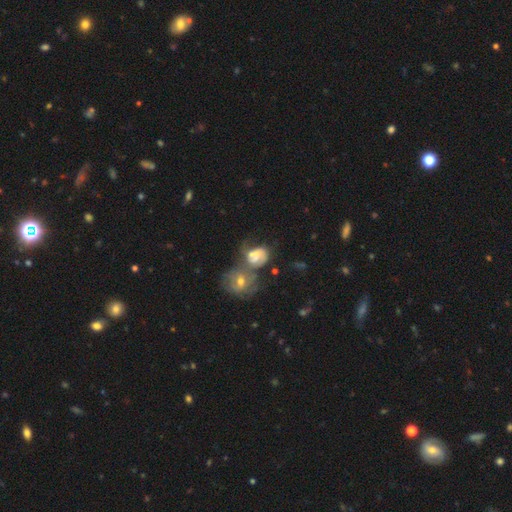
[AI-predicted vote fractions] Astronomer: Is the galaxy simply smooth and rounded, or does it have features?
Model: featured or disk — 52% (runner-up: smooth, 37%).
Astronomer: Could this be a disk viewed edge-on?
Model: no — 97%.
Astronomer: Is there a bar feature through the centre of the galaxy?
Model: no — 58%.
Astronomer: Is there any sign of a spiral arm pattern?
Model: yes — 70%.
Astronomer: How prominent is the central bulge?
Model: moderate — 48% (runner-up: small, 30%).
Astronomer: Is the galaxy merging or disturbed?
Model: merger — 48%.